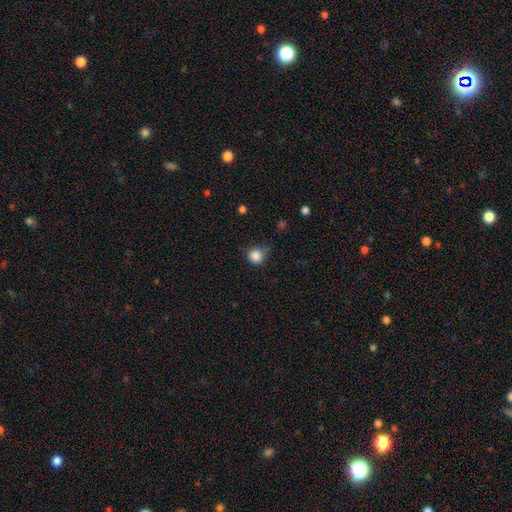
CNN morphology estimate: A smooth galaxy with no disk features (85%) that is round (90%).

Vote fractions:
- Smooth or featured? smooth: 85% / star or artifact: 11% / featured or disk: 4%
- How rounded? round: 90% / in between: 9% / cigar-shaped: 1%
- Merging? none: 62% / minor disturbance: 29% / major disturbance: 7% / merger: 2%